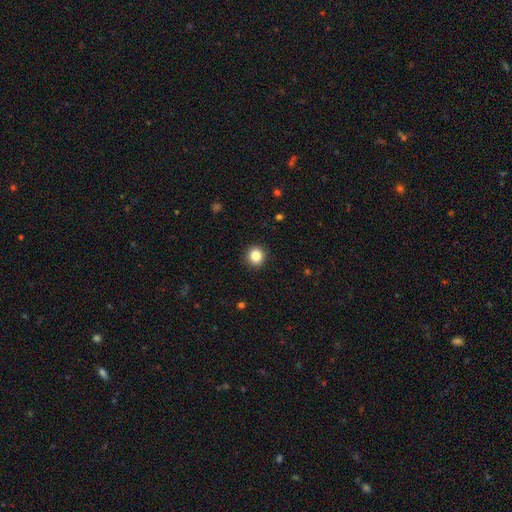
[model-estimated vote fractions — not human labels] Smooth or featured: smooth — 84% (star or artifact — 11%)
How rounded: round — 89% (in between — 10%)
Merging: none — 92% (minor disturbance — 5%)